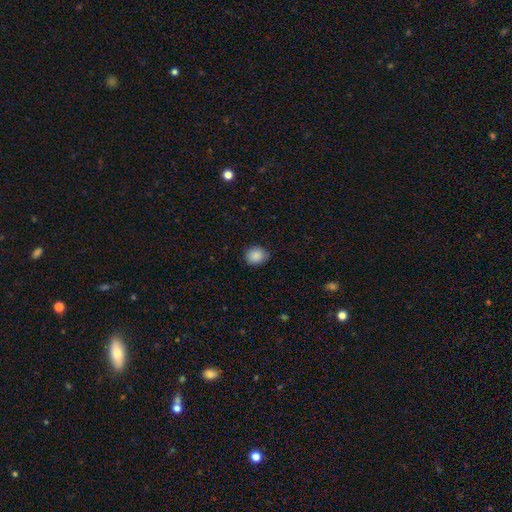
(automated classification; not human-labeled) Q: Smooth or featured?
A: smooth (88%); runner-up: star or artifact (9%)
Q: How rounded?
A: round (66%); runner-up: in between (33%)
Q: Merging?
A: none (82%); runner-up: minor disturbance (14%)